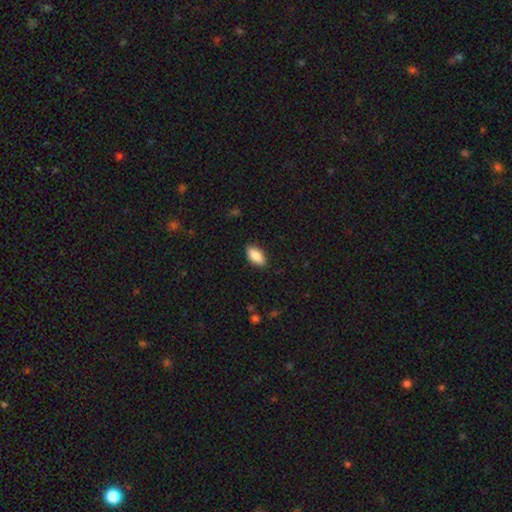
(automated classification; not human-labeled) This is clearly a smooth galaxy (86%). How rounded: clearly in between (87%). Merging: clearly none (86%).